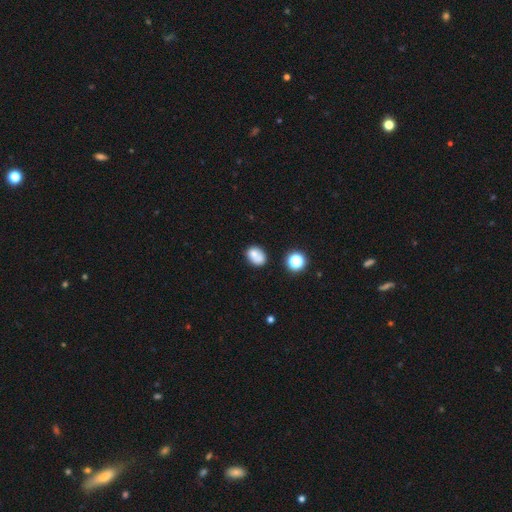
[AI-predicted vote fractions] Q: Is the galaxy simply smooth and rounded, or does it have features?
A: smooth — 74%.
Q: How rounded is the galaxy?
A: in between — 60%.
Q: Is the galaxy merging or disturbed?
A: none — 51%.